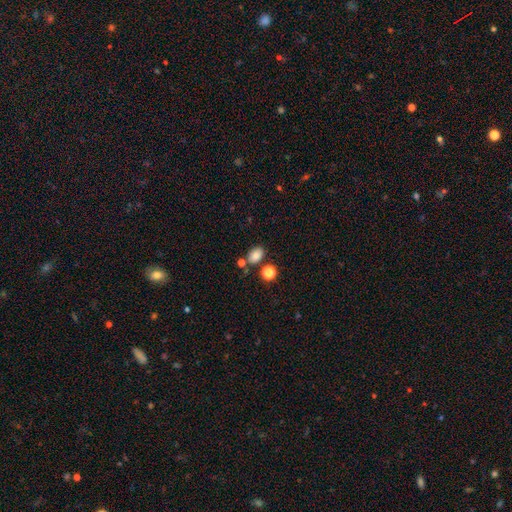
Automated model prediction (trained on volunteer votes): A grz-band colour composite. It shows a smooth galaxy with no disk features (82%) that is in between round and cigar-shaped (77%). Merging: none (72%).